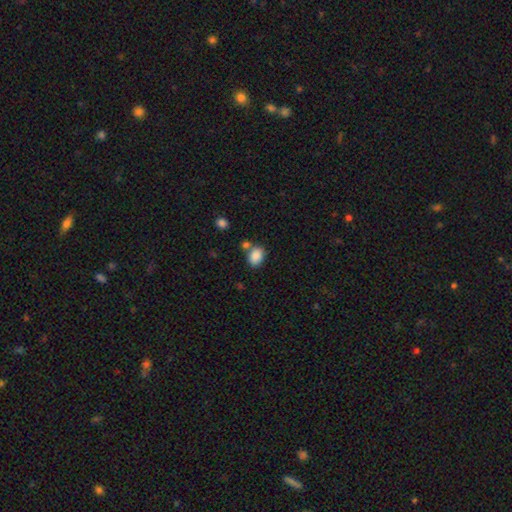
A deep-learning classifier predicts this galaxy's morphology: type=smooth (87%); roundness=in between (73%); merging=none (62%).